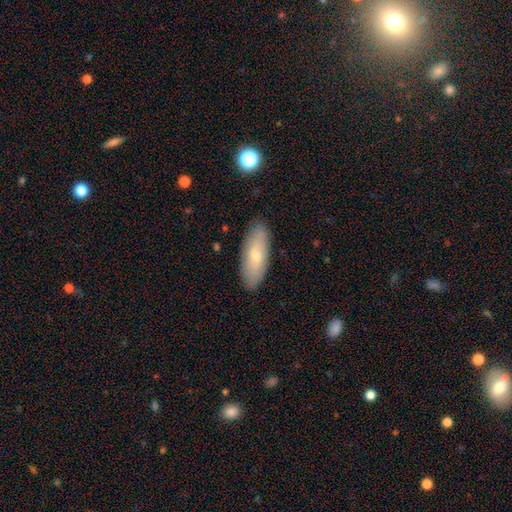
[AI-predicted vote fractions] Morphology: type=smooth (67%); roundness=in between (67%); merging=none (87%).